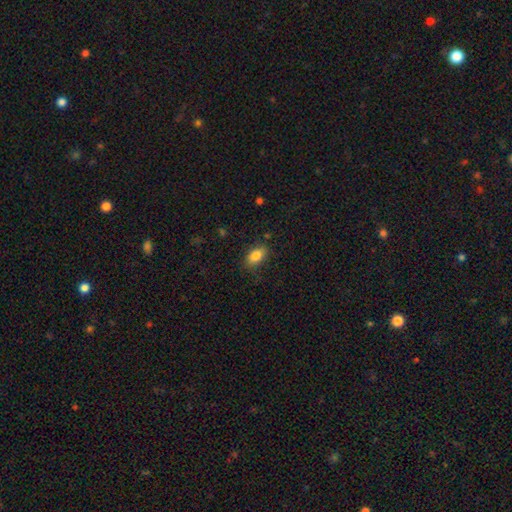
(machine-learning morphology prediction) smooth 84%, star or artifact 8%, featured or disk 8%. Down the decision tree: how rounded — in between (89%); merging — none (80%).